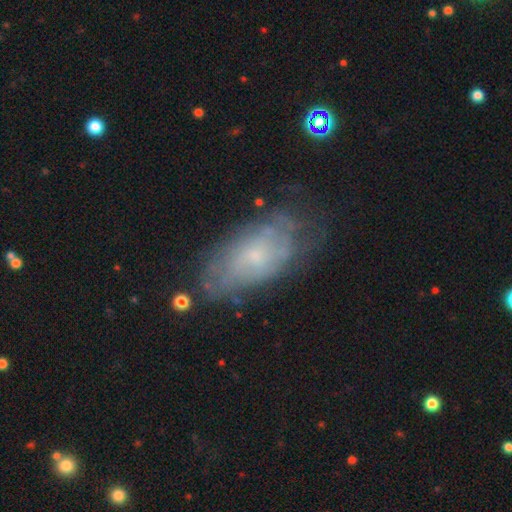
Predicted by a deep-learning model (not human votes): Smooth or featured? Predicted: featured or disk (p=0.57). Edge-on disk? Predicted: no (p=0.90). Bar? Predicted: no (p=0.77). Spiral arms? Predicted: yes (p=0.62). Bulge size? Predicted: small (p=0.72). Merging? Predicted: none (p=0.65).